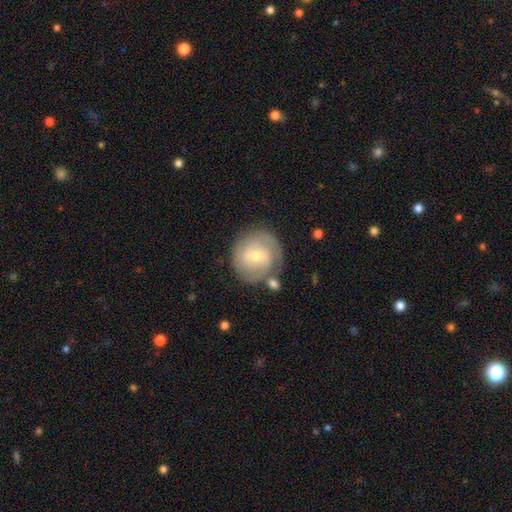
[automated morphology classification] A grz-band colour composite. It shows a featured or disk galaxy (64%) with a weak bar (49%), 2 (44%) tight (65%) spiral arms (81%) and a moderate central bulge (52%). Merging: none (71%).